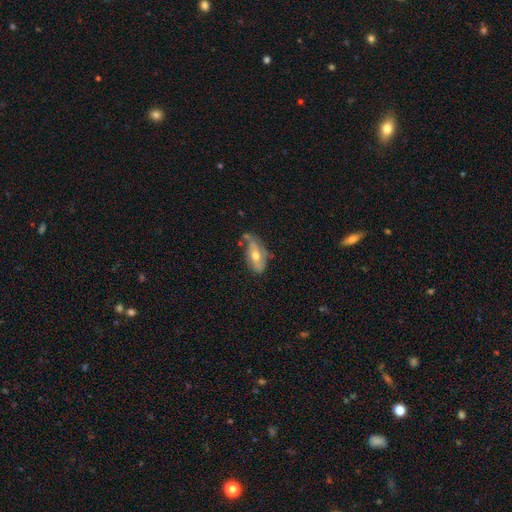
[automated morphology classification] smooth_or_featured: featured or disk (p=0.49) [alt: smooth p=0.44]
merging: none (p=0.47) [alt: minor disturbance p=0.33]